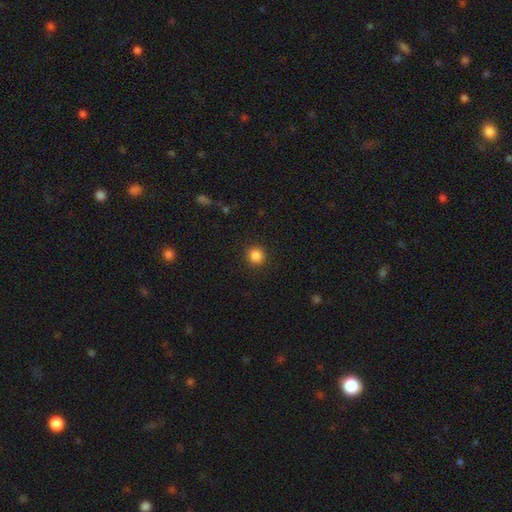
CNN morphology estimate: type=smooth (85%); roundness=round (93%); merging=none (91%).